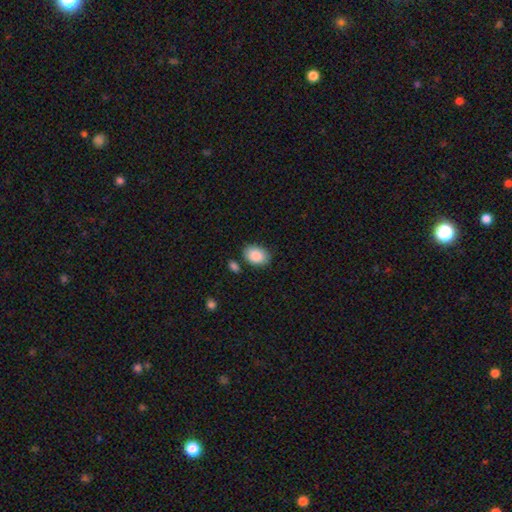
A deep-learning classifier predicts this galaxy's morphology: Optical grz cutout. It shows a smooth galaxy with no disk features (89%) that is in between round and cigar-shaped (80%). Merging: none (80%).